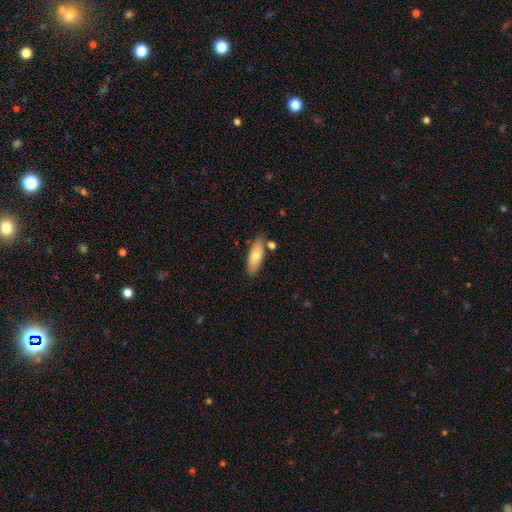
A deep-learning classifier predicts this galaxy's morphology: Q: Smooth or featured?
A: smooth (75%); runner-up: featured or disk (19%)
Q: How rounded?
A: in between (66%); runner-up: cigar-shaped (32%)
Q: Merging?
A: none (78%); runner-up: minor disturbance (13%)